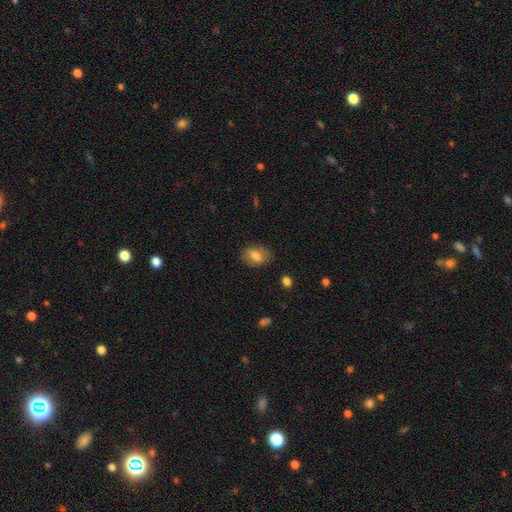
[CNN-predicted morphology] This is likely a smooth galaxy (69%). How rounded: likely in between (78%). Merging: likely none (79%).